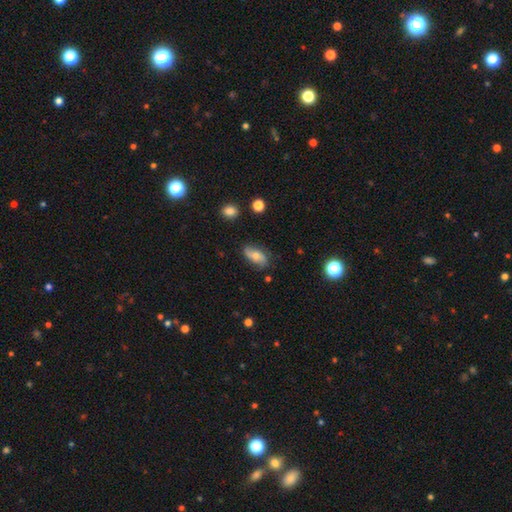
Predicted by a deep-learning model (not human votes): This is possibly a featured or disk galaxy (47%). Merging: likely none (75%).